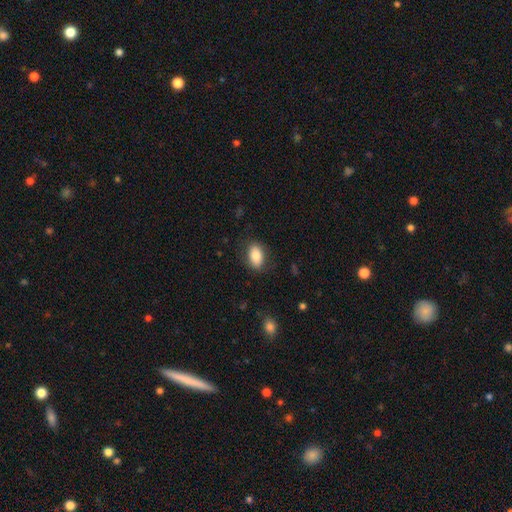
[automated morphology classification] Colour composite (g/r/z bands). It shows a smooth galaxy with no disk features (83%) that is in between round and cigar-shaped (87%). Merging: none (80%).